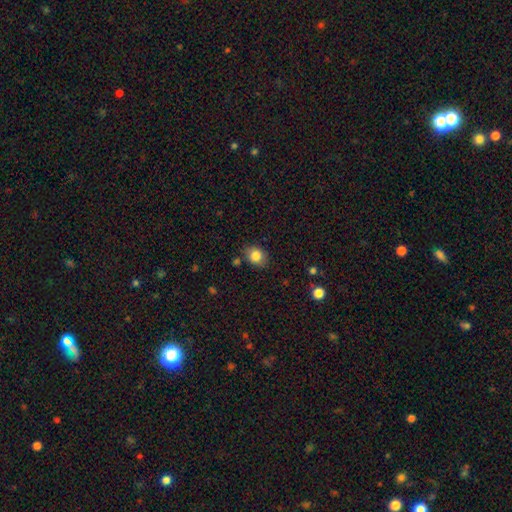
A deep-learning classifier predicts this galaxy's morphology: Q: Smooth or featured?
A: smooth (83%); runner-up: star or artifact (10%)
Q: How rounded?
A: in between (50%); runner-up: round (49%)
Q: Merging?
A: none (79%); runner-up: minor disturbance (14%)